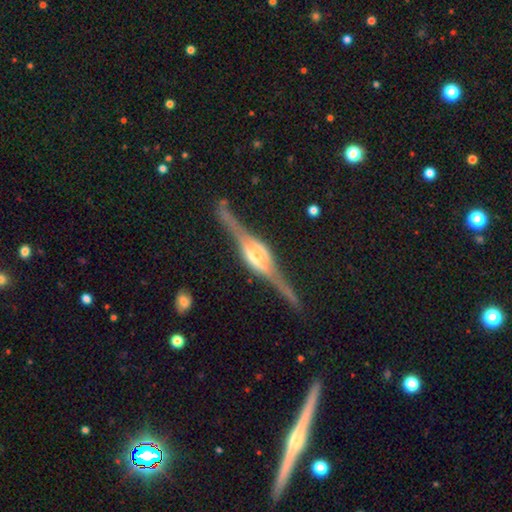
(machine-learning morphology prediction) type=featured or disk (90%); edge-on=yes (98%); edge-on bulge=rounded (78%); merging=none (85%).